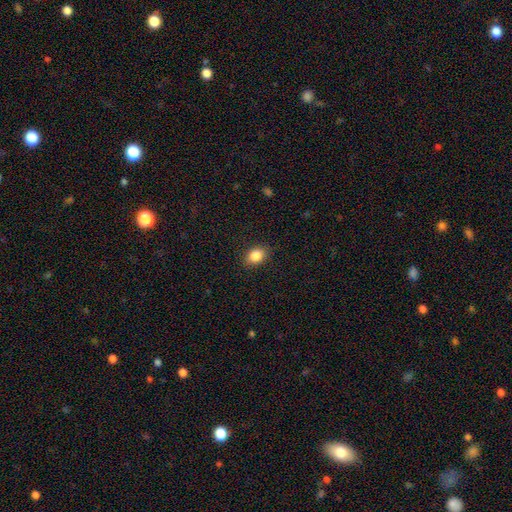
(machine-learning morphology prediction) Smooth or featured? Predicted: smooth (p=0.86). How rounded? Predicted: in between (p=0.68). Merging? Predicted: none (p=0.88).